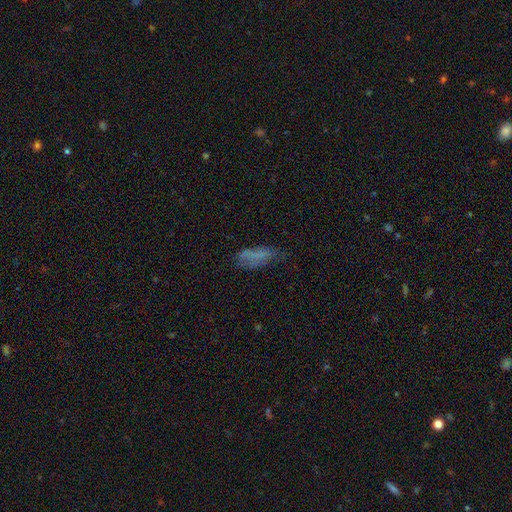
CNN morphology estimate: Smooth or featured? Predicted: smooth (p=0.63). How rounded? Predicted: in between (p=0.57). Merging? Predicted: none (p=0.47).